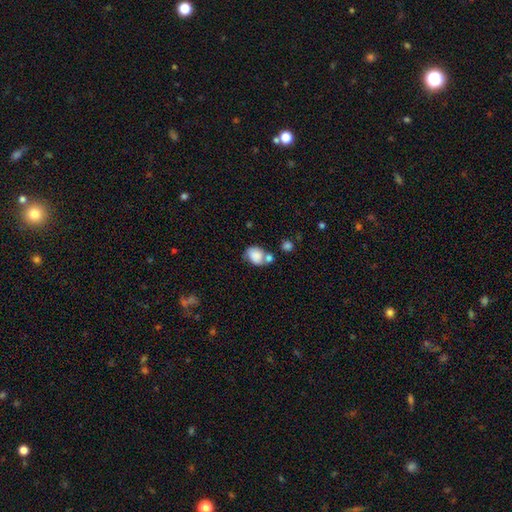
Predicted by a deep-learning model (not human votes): smooth-or-featured: smooth: 79% | featured or disk: 12% | star or artifact: 9%
  how-rounded: in between: 59% | round: 40% | cigar-shaped: 1%
  merging: merger: 39% | none: 36% | minor disturbance: 17% | major disturbance: 8%